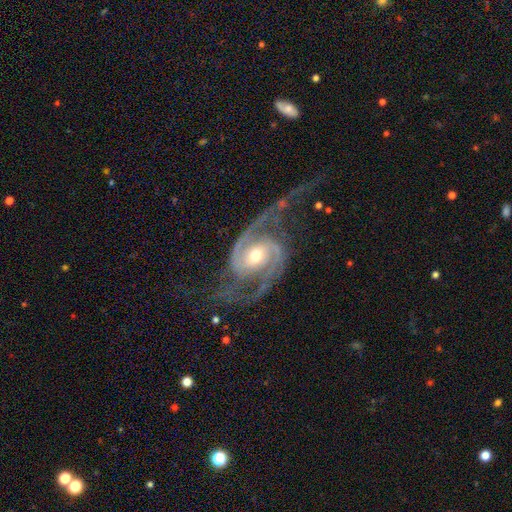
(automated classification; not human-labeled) Smooth or featured?
  - featured or disk: 93% *
  - star or artifact: 4%
  - smooth: 3%
Edge-on disk?
  - no: 98% *
  - yes: 2%
Bar?
  - no: 50% *
  - weak: 35%
  - strong: 15%
Spiral arms?
  - yes: 98% *
  - no: 2%
Spiral winding?
  - medium: 52% *
  - loose: 25%
  - tight: 23%
Spiral arm count?
  - 2: 91% *
  - 3: 2%
  - can't tell: 2%
  - 1: 1%
  - 4: 1%
  - more than 4: 1%
Bulge size?
  - moderate: 72% *
  - small: 19%
  - large: 7%
  - none: 1%
  - dominant: 1%
Merging?
  - none: 65% *
  - major disturbance: 17%
  - minor disturbance: 16%
  - merger: 2%